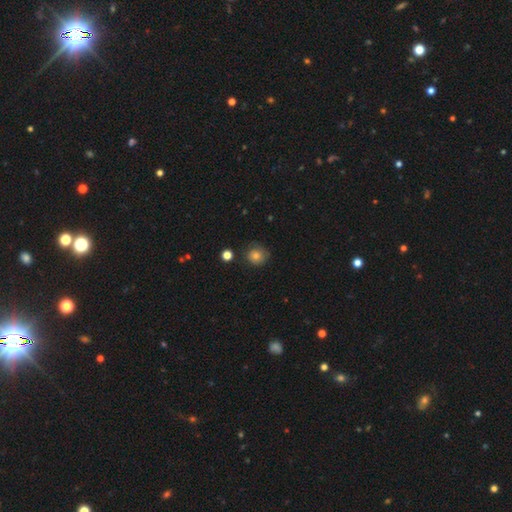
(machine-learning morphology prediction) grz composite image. It shows a smooth galaxy with no disk features (75%) that is round (88%). Merging: none (77%).